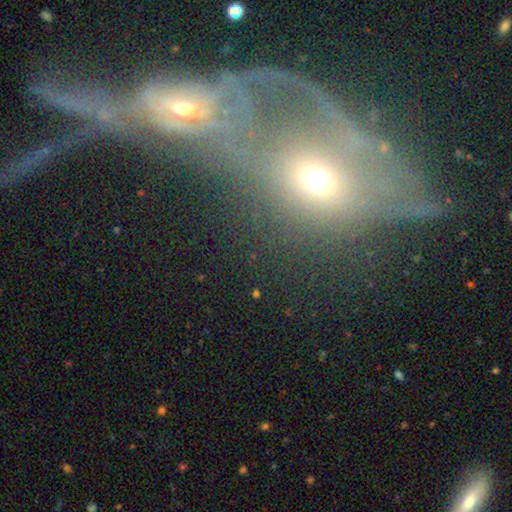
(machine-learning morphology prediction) Smooth or featured? featured or disk (44%)
Merging? merger (59%)